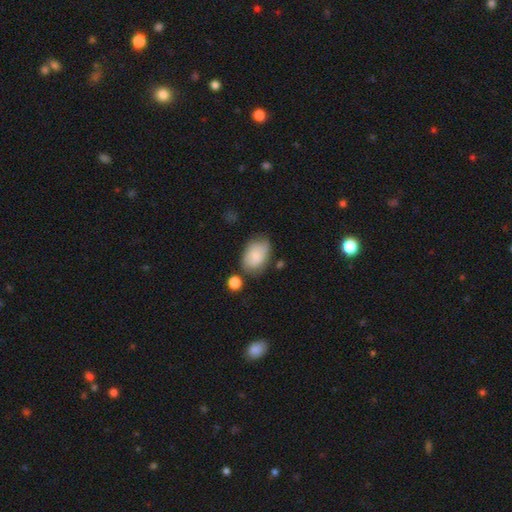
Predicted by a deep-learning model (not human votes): The model was most divided on "merging": none: 60%, minor disturbance: 27%, major disturbance: 7%, merger: 7%. More confident: how rounded — in between (86%); smooth or featured — smooth (75%).